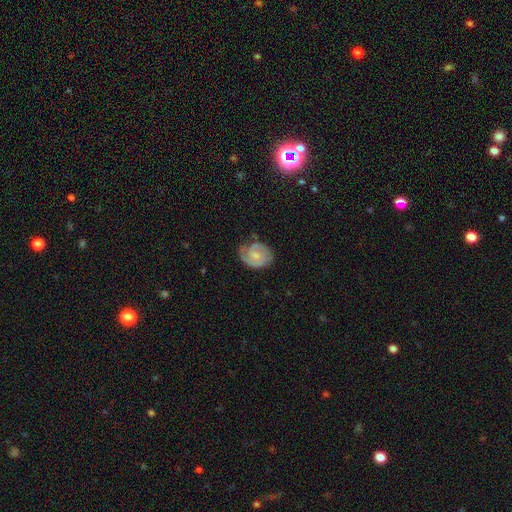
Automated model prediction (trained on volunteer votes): Smooth or featured? featured or disk (67%)
Edge-on disk? no (97%)
Bar? no (52%)
Spiral arms? yes (90%)
Spiral winding? tight (52%)
Spiral arm count? 2 (52%)
Bulge size? small (48%)
Merging? none (61%)